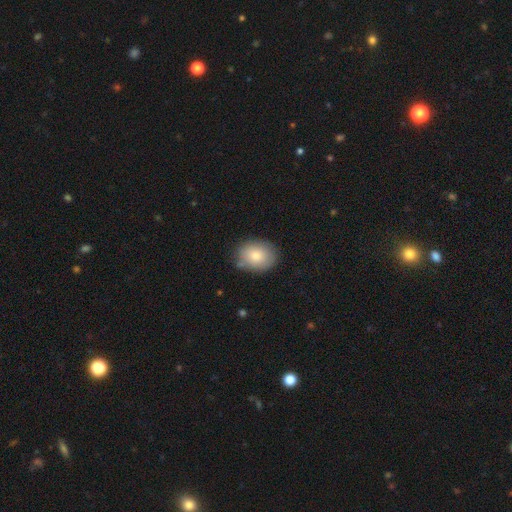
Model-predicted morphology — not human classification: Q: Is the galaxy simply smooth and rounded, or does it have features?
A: smooth — 81%.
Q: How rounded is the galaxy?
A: in between — 60%.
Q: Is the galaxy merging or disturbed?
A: none — 78%.